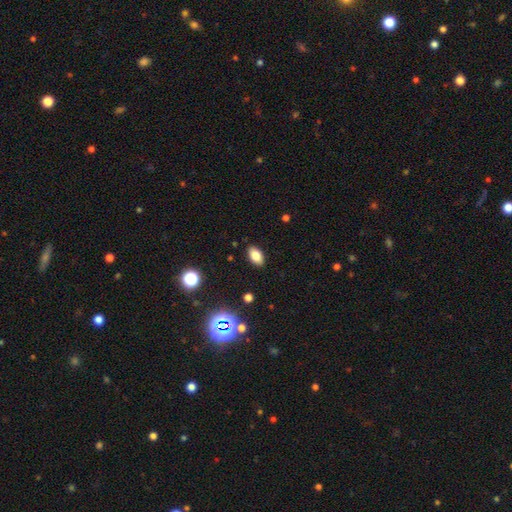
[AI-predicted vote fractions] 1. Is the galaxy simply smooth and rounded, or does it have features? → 78% smooth, 12% star or artifact, 10% featured or disk.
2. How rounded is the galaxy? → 91% in between, 6% round, 3% cigar-shaped.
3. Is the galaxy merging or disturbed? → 88% none, 8% minor disturbance, 2% major disturbance, 1% merger.